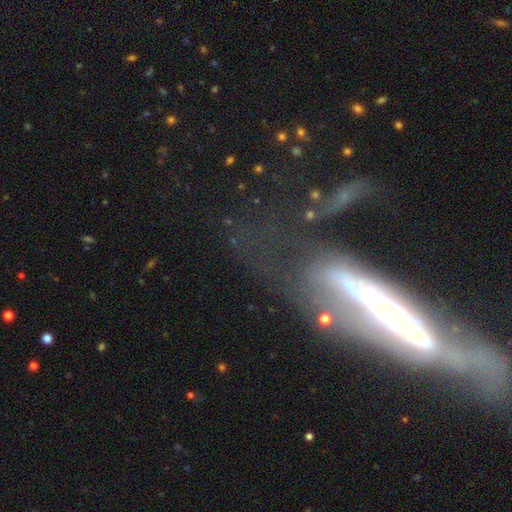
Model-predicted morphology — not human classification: Smooth or featured?
  - featured or disk: 68% *
  - smooth: 20%
  - star or artifact: 13%
Edge-on disk?
  - no: 61% *
  - yes: 39%
Merging?
  - none: 38% *
  - major disturbance: 30%
  - minor disturbance: 18%
  - merger: 14%